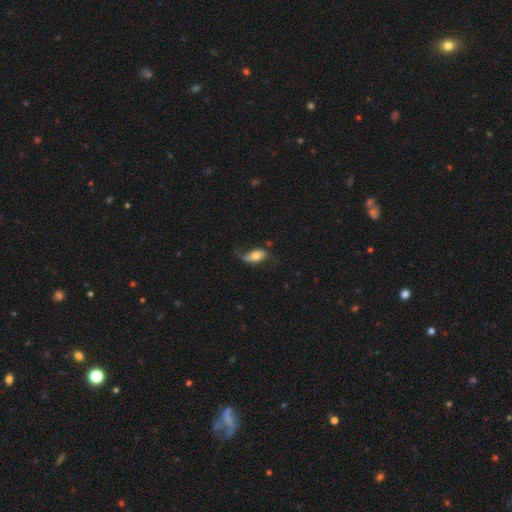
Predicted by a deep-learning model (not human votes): A smooth galaxy with no disk features (54%) that is in between round and cigar-shaped (87%). Merging: none (41%).